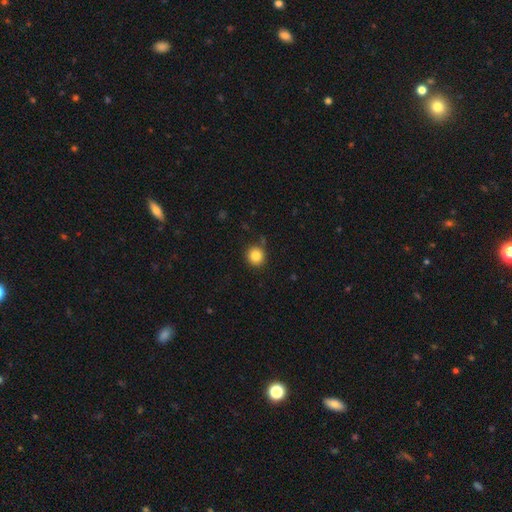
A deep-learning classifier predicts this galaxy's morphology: A smooth galaxy with no disk features (85%) that is round (92%).

Vote fractions:
- Smooth or featured? smooth: 85% / star or artifact: 10% / featured or disk: 5%
- How rounded? round: 92% / in between: 7% / cigar-shaped: 1%
- Merging? none: 86% / minor disturbance: 9% / merger: 3% / major disturbance: 2%